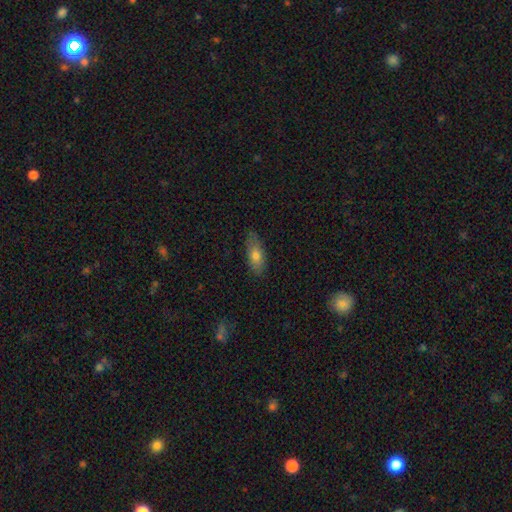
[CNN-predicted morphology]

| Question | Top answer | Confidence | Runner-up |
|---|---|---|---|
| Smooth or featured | smooth | 73% | featured or disk (19%) |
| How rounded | in between | 74% | cigar-shaped (23%) |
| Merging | none | 80% | minor disturbance (16%) |